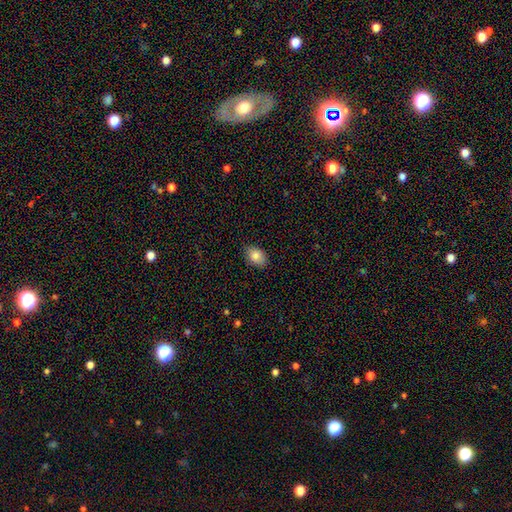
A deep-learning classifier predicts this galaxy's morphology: Overall: smooth (84%). How rounded: in between (80%). Merging: none (84%).